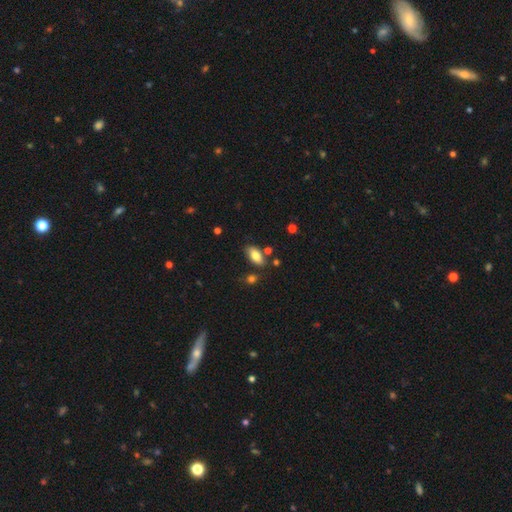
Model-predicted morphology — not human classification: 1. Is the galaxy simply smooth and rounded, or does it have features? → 81% smooth, 12% featured or disk, 7% star or artifact.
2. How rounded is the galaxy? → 91% in between, 6% cigar-shaped, 3% round.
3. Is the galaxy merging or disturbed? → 77% none, 14% minor disturbance, 6% merger, 3% major disturbance.